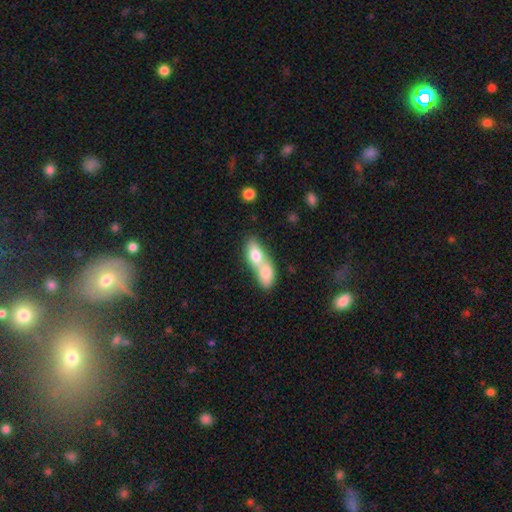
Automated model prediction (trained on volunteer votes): Q: Smooth or featured?
A: smooth (72%); runner-up: featured or disk (21%)
Q: How rounded?
A: in between (76%); runner-up: round (12%)
Q: Merging?
A: merger (81%); runner-up: none (11%)